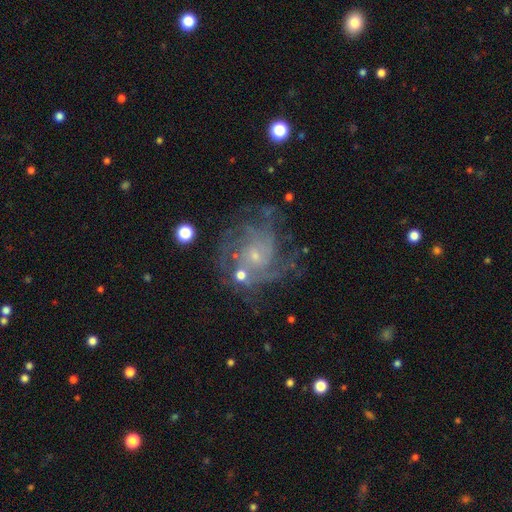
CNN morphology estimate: type=featured or disk (83%); edge-on=no (98%); bar=no (71%); spiral arms=yes (94%); winding=tight (55%); arm count=can't tell (31%); bulge=small (76%); merging=none (63%).